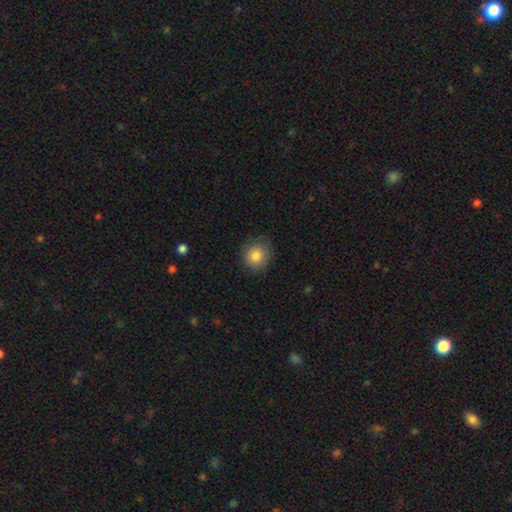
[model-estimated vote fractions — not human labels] Smooth or featured? smooth (84%)
How rounded? round (85%)
Merging? none (82%)